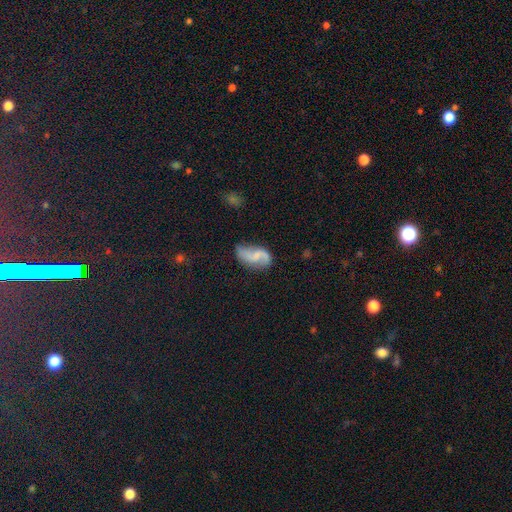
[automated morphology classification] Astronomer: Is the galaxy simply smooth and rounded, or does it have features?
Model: featured or disk — 71%.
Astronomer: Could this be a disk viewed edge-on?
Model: no — 97%.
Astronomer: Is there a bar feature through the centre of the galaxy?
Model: no — 45% (runner-up: weak, 42%).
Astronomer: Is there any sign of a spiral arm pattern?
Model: yes — 91%.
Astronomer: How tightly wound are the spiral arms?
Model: loose — 72%.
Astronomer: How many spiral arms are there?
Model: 2 — 89%.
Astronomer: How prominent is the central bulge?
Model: small — 38%, tied with none at 38%.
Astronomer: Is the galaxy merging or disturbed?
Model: none — 59%.